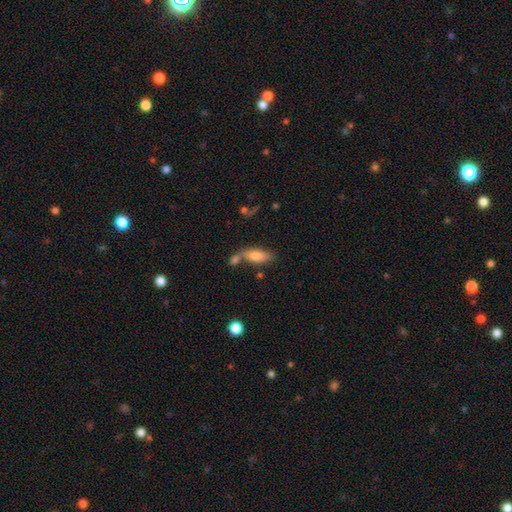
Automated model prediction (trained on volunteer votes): Smooth or featured? smooth (72%)
How rounded? in between (62%)
Merging? none (53%)